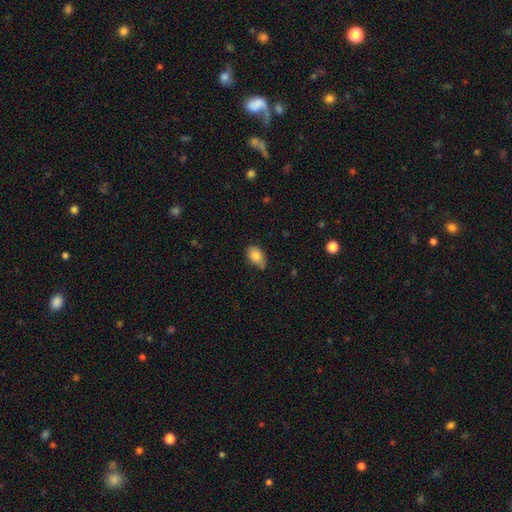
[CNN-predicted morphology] Q: Smooth or featured?
A: smooth (85%); runner-up: star or artifact (8%)
Q: How rounded?
A: in between (87%); runner-up: round (12%)
Q: Merging?
A: none (68%); runner-up: minor disturbance (26%)